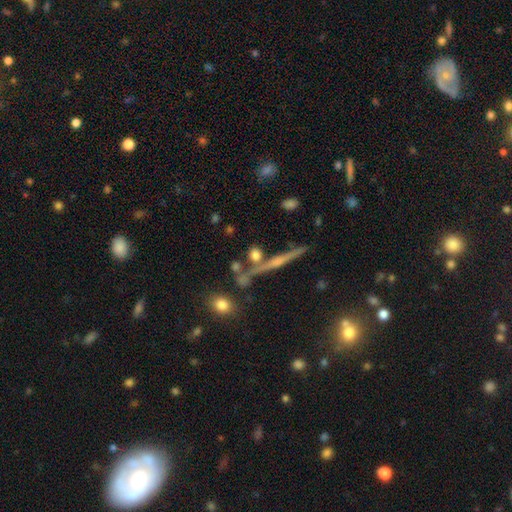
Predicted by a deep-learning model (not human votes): smooth 58%, featured or disk 28%, star or artifact 14%. Down the decision tree: how rounded — round (67%); merging — none (67%).